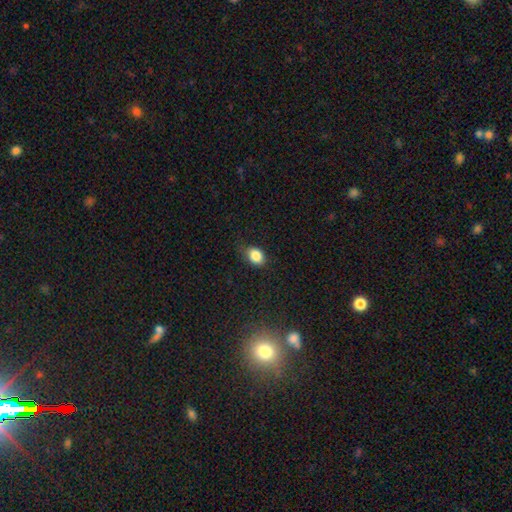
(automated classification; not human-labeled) The model was most divided on "how rounded": in between: 73%, round: 26%, cigar-shaped: 2%. More confident: smooth or featured — smooth (84%); merging — none (73%).